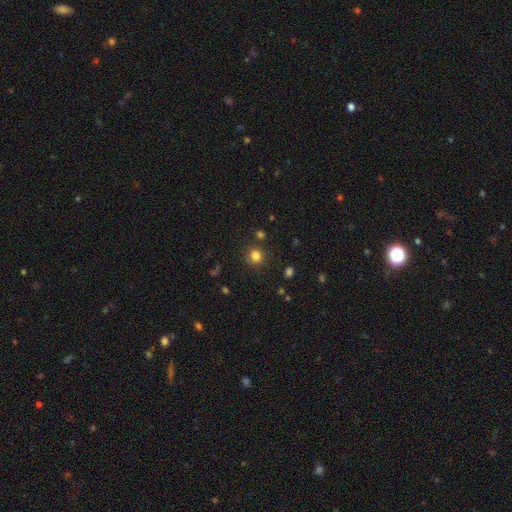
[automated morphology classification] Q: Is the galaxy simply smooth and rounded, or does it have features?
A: smooth — 81%.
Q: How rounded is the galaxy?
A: round — 79%.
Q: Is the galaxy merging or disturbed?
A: none — 84%.